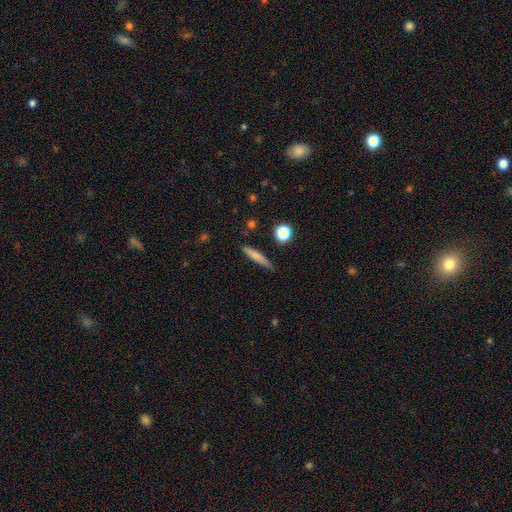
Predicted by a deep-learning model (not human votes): Smooth or featured: smooth — 71% (featured or disk — 20%)
How rounded: cigar-shaped — 90% (in between — 7%)
Merging: none — 82% (minor disturbance — 13%)